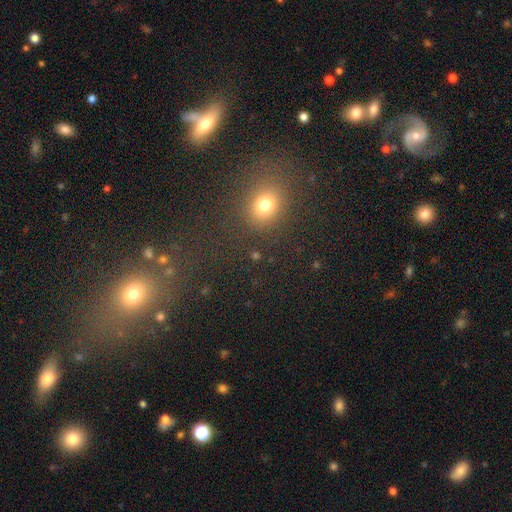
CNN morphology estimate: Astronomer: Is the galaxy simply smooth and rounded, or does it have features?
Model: smooth — 62%.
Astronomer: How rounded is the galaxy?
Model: round — 66%.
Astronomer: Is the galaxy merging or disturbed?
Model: none — 81%.